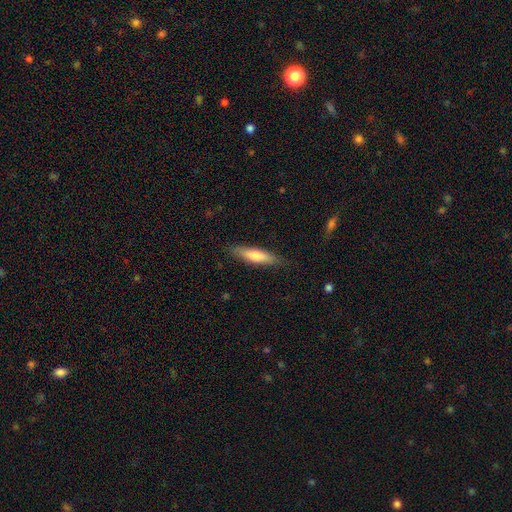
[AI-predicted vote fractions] This is likely a smooth galaxy (68%). How rounded: likely cigar-shaped (75%). Merging: clearly none (84%).